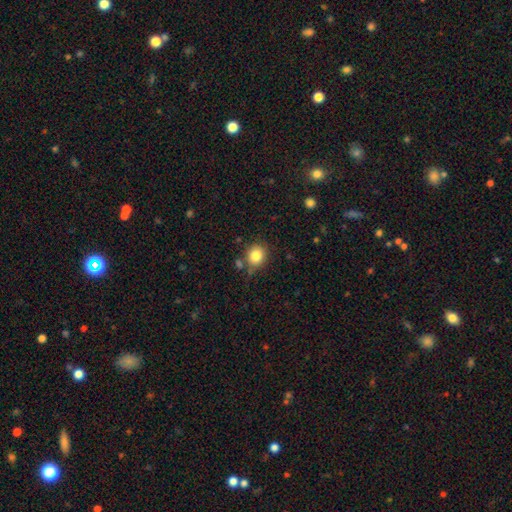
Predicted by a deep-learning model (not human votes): smooth-or-featured: smooth: 83% | star or artifact: 10% | featured or disk: 6%
  how-rounded: round: 80% | in between: 19% | cigar-shaped: 1%
  merging: none: 75% | minor disturbance: 13% | merger: 7% | major disturbance: 4%